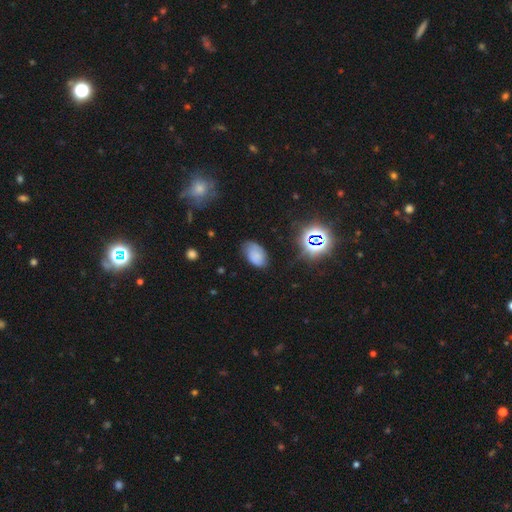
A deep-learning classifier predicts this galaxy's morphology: smooth 70%, star or artifact 16%, featured or disk 13%. Down the decision tree: how rounded — in between (91%); merging — none (67%).